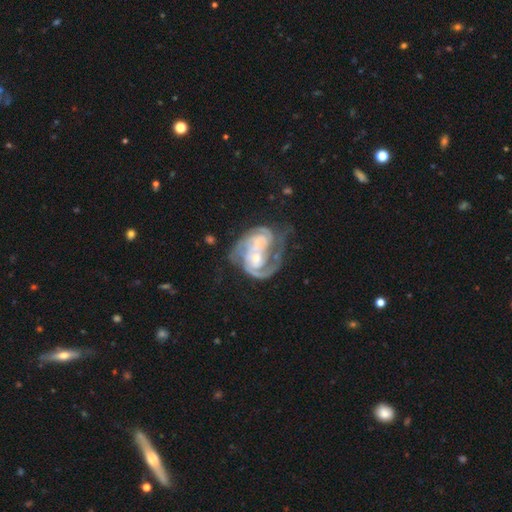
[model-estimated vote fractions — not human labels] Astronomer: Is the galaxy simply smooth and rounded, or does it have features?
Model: featured or disk — 87%.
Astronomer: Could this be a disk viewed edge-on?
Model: no — 98%.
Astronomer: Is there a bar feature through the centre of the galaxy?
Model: no — 57%.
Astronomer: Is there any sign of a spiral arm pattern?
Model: yes — 95%.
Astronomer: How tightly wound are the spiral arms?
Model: tight — 48% (runner-up: medium, 40%).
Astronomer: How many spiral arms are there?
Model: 2 — 56%.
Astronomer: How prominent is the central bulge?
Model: small — 51% (runner-up: moderate, 39%).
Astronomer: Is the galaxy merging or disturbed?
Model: none — 34% (runner-up: merger, 28%).